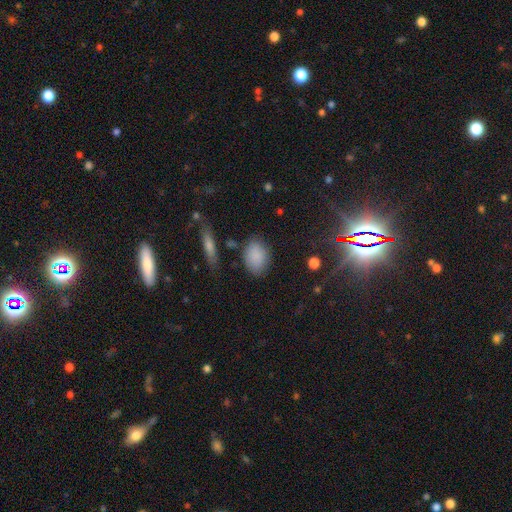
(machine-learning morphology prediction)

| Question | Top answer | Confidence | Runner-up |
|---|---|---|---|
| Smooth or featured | smooth | 87% | star or artifact (7%) |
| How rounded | in between | 75% | round (23%) |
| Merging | none | 78% | minor disturbance (14%) |